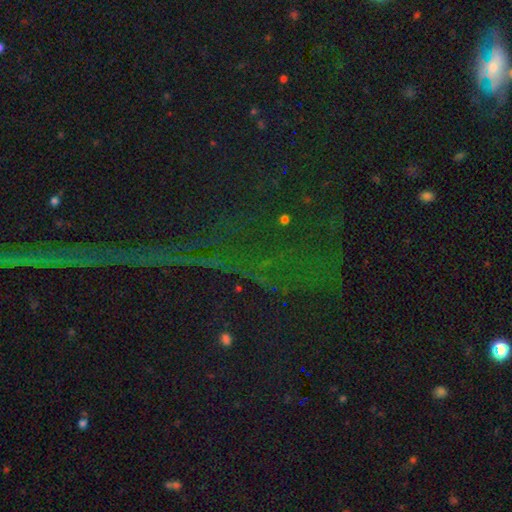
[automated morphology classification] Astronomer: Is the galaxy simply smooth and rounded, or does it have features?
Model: star or artifact — 84%.